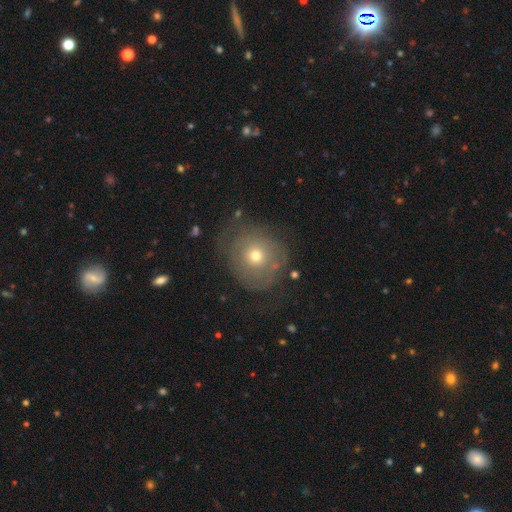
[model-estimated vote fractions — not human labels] Overall: smooth (52%; featured or disk 36%). How rounded: round (80%). Merging: none (65%).